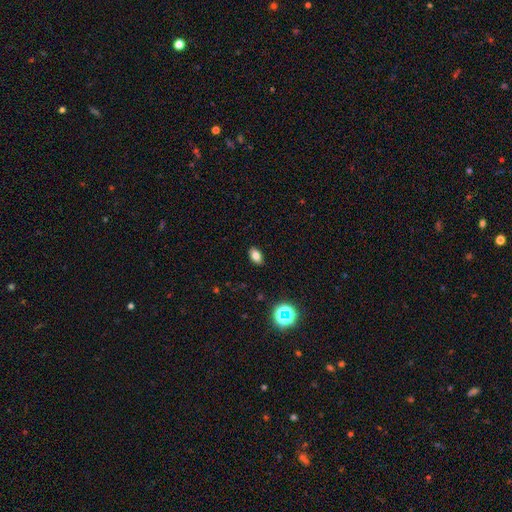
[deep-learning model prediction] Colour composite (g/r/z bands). It shows a smooth galaxy with no disk features (77%) that is in between round and cigar-shaped (88%). Merging: none (88%).